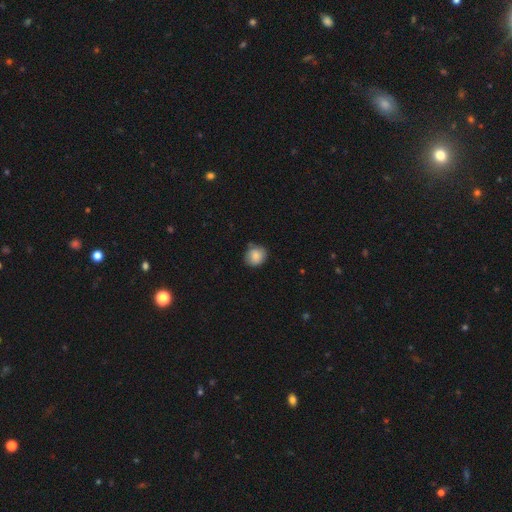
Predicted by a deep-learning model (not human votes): smooth-or-featured: smooth: 83% | featured or disk: 9% | star or artifact: 8%
  how-rounded: round: 80% | in between: 19% | cigar-shaped: 1%
  merging: none: 75% | minor disturbance: 20% | major disturbance: 3% | merger: 2%